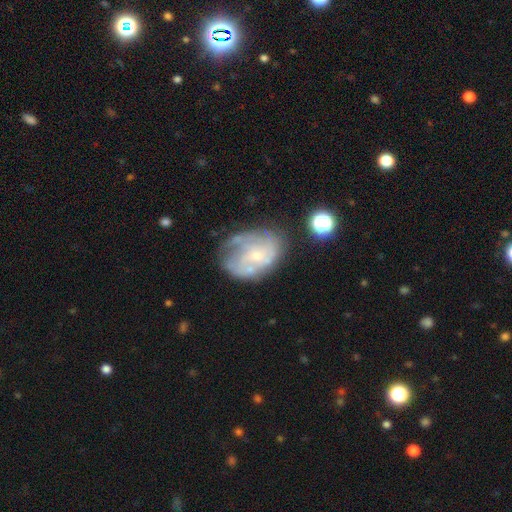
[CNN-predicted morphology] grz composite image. It shows a featured or disk galaxy (67%) with no bar (74%), spiral arms (69%) and a small central bulge (73%). Merging: none (48%).